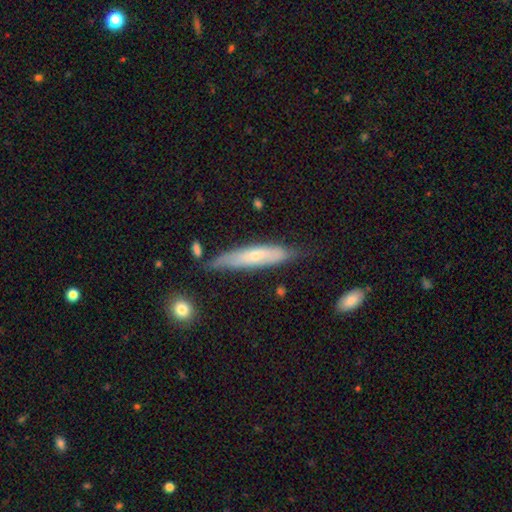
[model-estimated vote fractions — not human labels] The model was most divided on "smooth or featured": smooth: 49%, featured or disk: 45%, star or artifact: 6%. More confident: merging — none (68%).